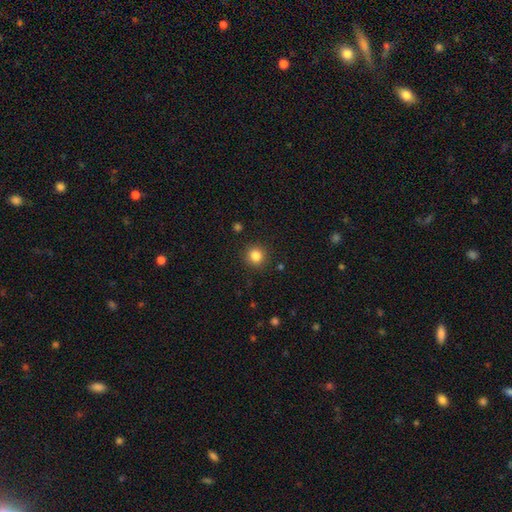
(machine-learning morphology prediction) The model was most divided on "smooth or featured": smooth: 84%, star or artifact: 12%, featured or disk: 5%. More confident: how rounded — round (93%); merging — none (91%).